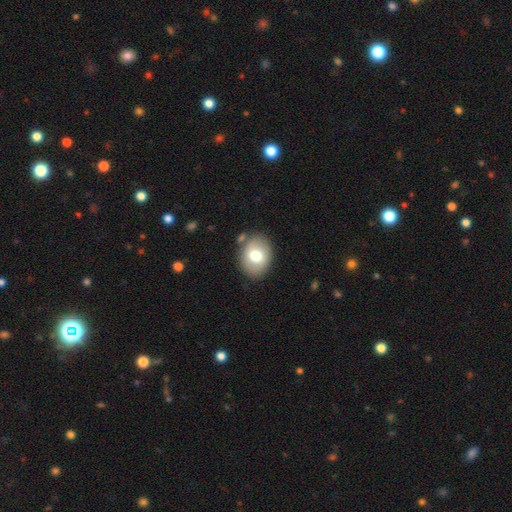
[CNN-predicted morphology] Q: Smooth or featured?
A: smooth (72%); runner-up: featured or disk (20%)
Q: How rounded?
A: in between (63%); runner-up: round (36%)
Q: Merging?
A: none (78%); runner-up: minor disturbance (13%)